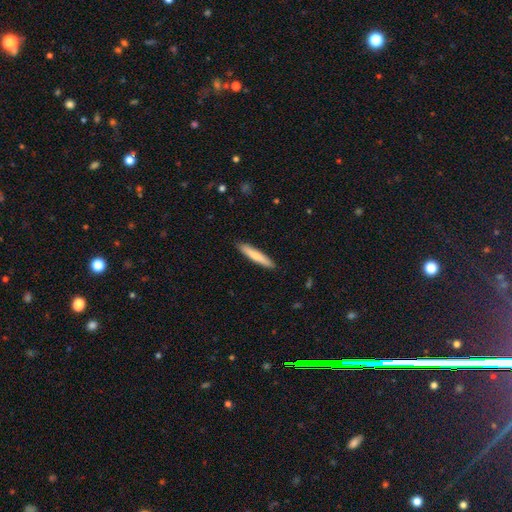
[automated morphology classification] The model was most divided on "smooth or featured": smooth: 76%, featured or disk: 19%, star or artifact: 5%. More confident: how rounded — cigar-shaped (92%); merging — none (90%).